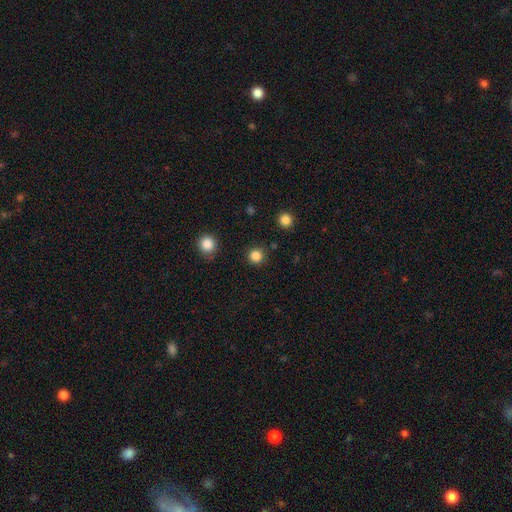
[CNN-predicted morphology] Overall: smooth (84%). How rounded: round (94%). Merging: none (90%).